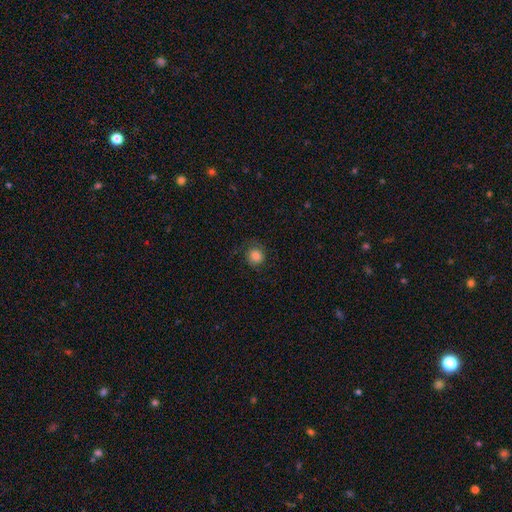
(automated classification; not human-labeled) A smooth galaxy with no disk features (82%) that is round (83%). Merging: none (74%).